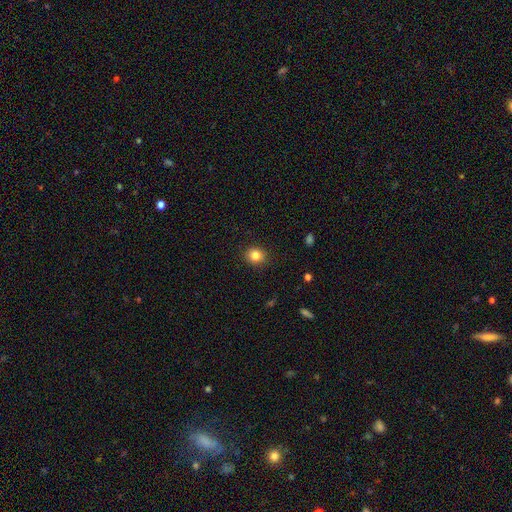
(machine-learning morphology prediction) smooth-or-featured: smooth: 83% | star or artifact: 11% | featured or disk: 6%
  how-rounded: round: 78% | in between: 21% | cigar-shaped: 1%
  merging: none: 90% | minor disturbance: 7% | major disturbance: 2% | merger: 1%